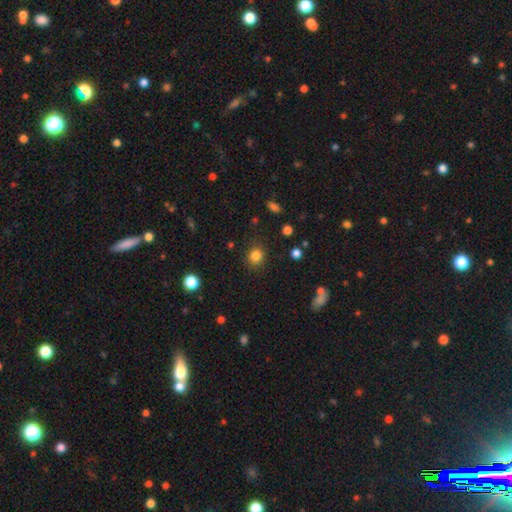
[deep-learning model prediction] smooth-or-featured: smooth: 84% | star or artifact: 12% | featured or disk: 4%
  how-rounded: round: 83% | in between: 16% | cigar-shaped: 1%
  merging: none: 86% | minor disturbance: 9% | major disturbance: 3% | merger: 2%